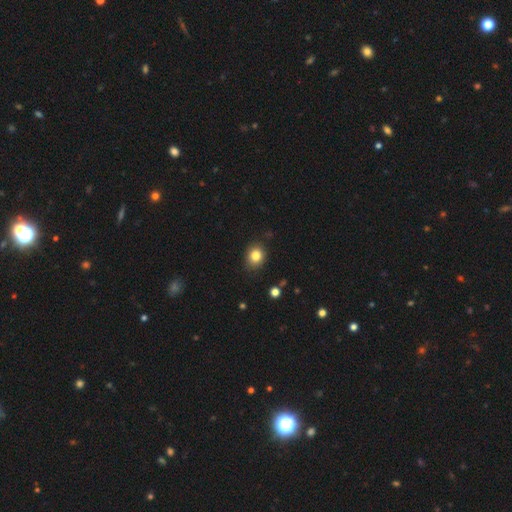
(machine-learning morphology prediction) Overall: smooth (83%). How rounded: round (58%; in between 41%). Merging: none (84%).